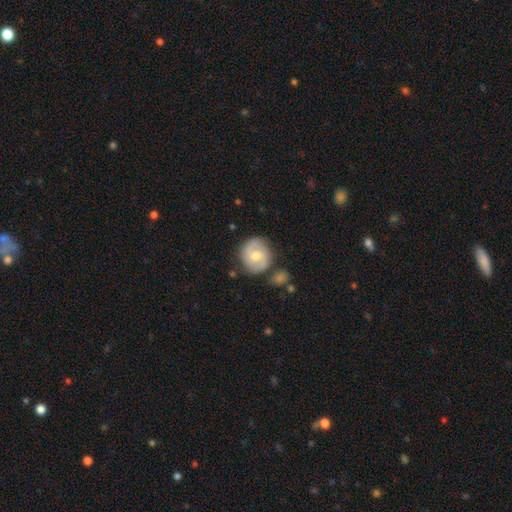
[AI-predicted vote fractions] A featured or disk galaxy (55%) with no bar (47%), spiral arms (80%) and a moderate central bulge (69%). Merging: none (75%).